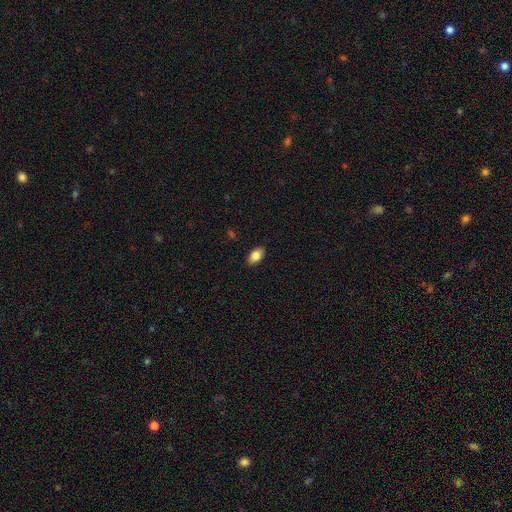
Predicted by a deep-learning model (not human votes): Overall: smooth (82%). How rounded: in between (92%). Merging: none (88%).